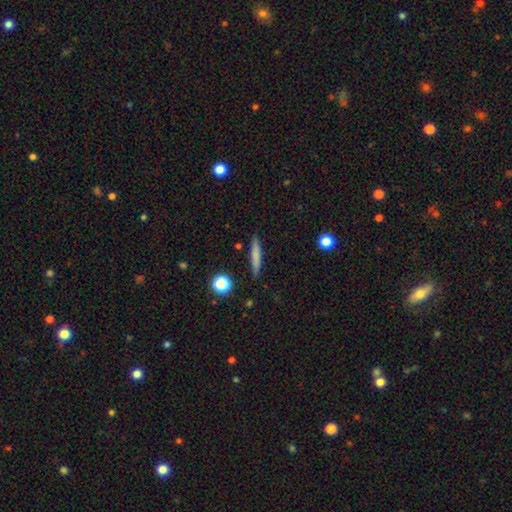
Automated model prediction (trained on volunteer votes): A smooth galaxy with no disk features (71%) that is cigar-shaped (92%).

Vote fractions:
- Smooth or featured? smooth: 71% / featured or disk: 20% / star or artifact: 8%
- How rounded? cigar-shaped: 92% / in between: 6% / round: 2%
- Merging? none: 87% / minor disturbance: 9% / major disturbance: 2% / merger: 2%